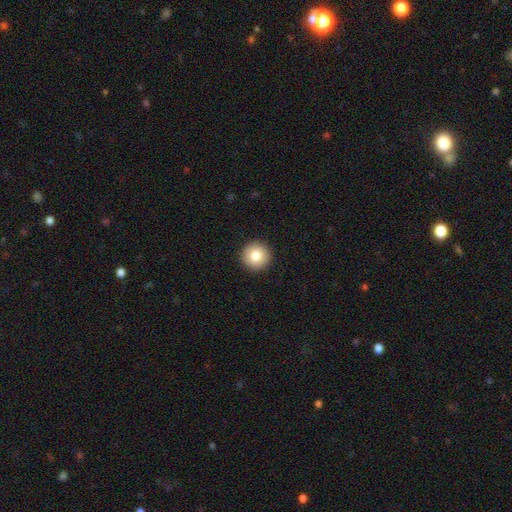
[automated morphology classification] Smooth or featured? Predicted: smooth (p=0.81). How rounded? Predicted: round (p=0.96). Merging? Predicted: none (p=0.93).